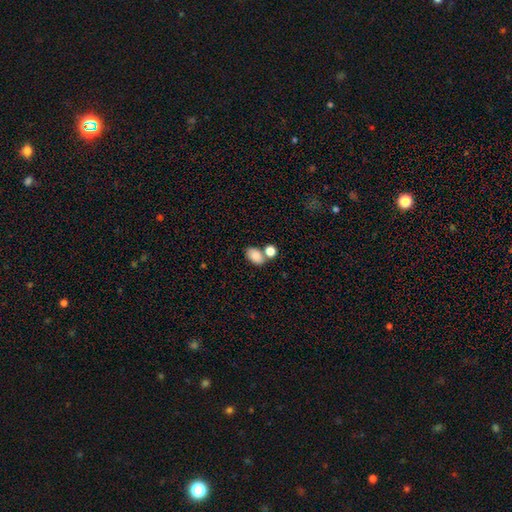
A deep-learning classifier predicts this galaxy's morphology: smooth-or-featured: smooth: 83% | star or artifact: 9% | featured or disk: 8%
  how-rounded: in between: 84% | round: 15% | cigar-shaped: 1%
  merging: none: 52% | merger: 31% | minor disturbance: 13% | major disturbance: 5%